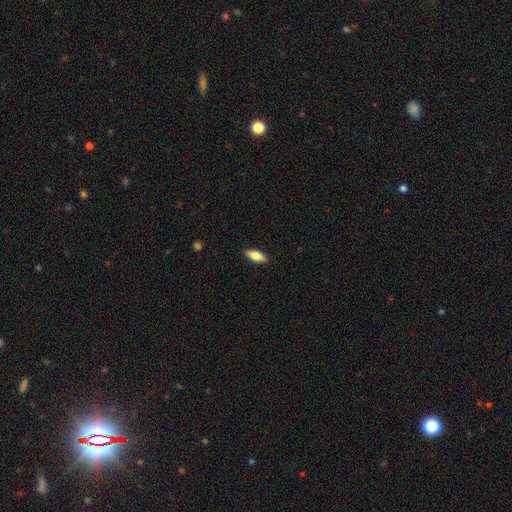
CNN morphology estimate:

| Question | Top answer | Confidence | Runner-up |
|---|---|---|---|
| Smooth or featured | smooth | 71% | featured or disk (22%) |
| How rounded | in between | 76% | cigar-shaped (22%) |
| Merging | none | 89% | minor disturbance (8%) |